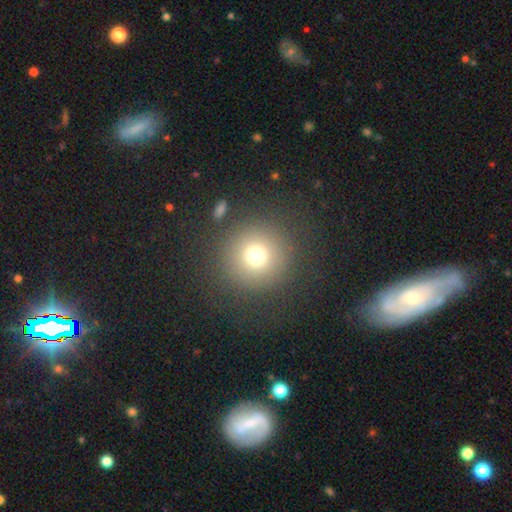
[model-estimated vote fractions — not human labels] Smooth or featured?
  - smooth: 74% *
  - star or artifact: 16%
  - featured or disk: 10%
How rounded?
  - round: 95% *
  - in between: 4%
  - cigar-shaped: 1%
Merging?
  - none: 86% *
  - minor disturbance: 7%
  - major disturbance: 4%
  - merger: 3%